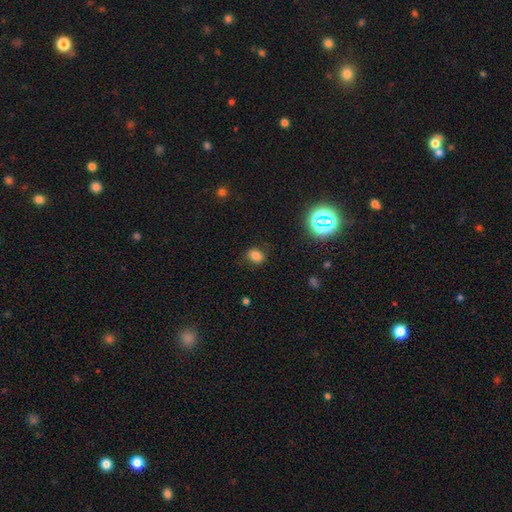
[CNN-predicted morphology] A smooth galaxy with no disk features (78%) that is in between round and cigar-shaped (58%).

Vote fractions:
- Smooth or featured? smooth: 78% / star or artifact: 16% / featured or disk: 6%
- How rounded? in between: 58% / round: 41% / cigar-shaped: 1%
- Merging? none: 82% / minor disturbance: 13% / major disturbance: 4% / merger: 1%